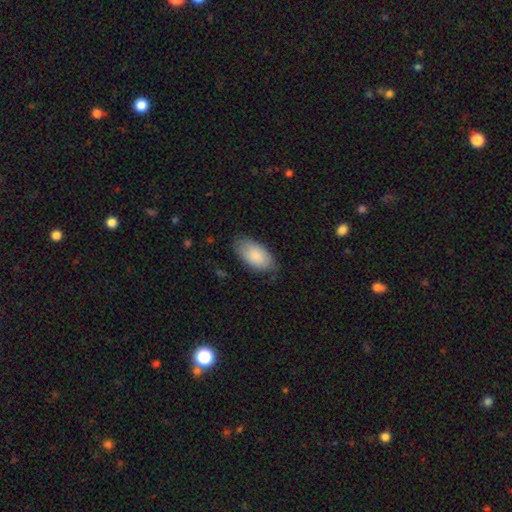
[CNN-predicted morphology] This is clearly a smooth galaxy (85%). How rounded: clearly in between (95%). Merging: likely none (73%).